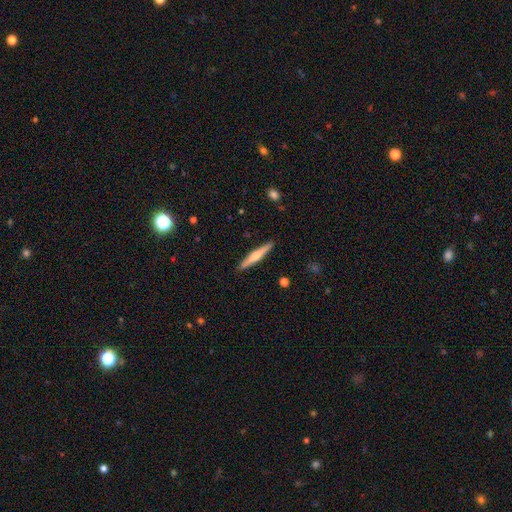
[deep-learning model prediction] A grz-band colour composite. It shows a featured or disk galaxy (54%) viewed edge-on (97%) with a rounded central bulge (73%). Merging: none (91%).